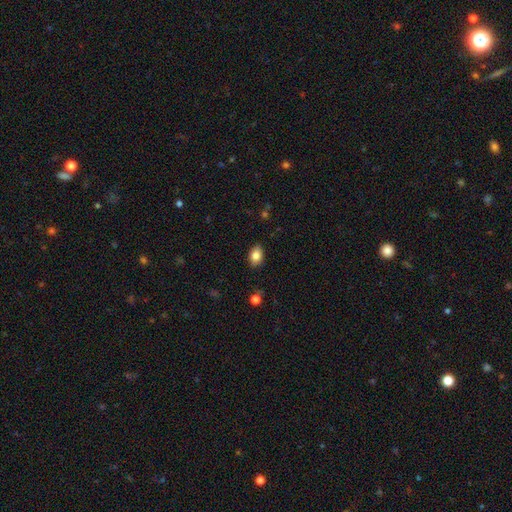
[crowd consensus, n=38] Smooth or featured: smooth — 87% (featured or disk — 11%)
How rounded: in between — 82% (round — 18%)
Merging: none — 95% (minor disturbance — 5%)